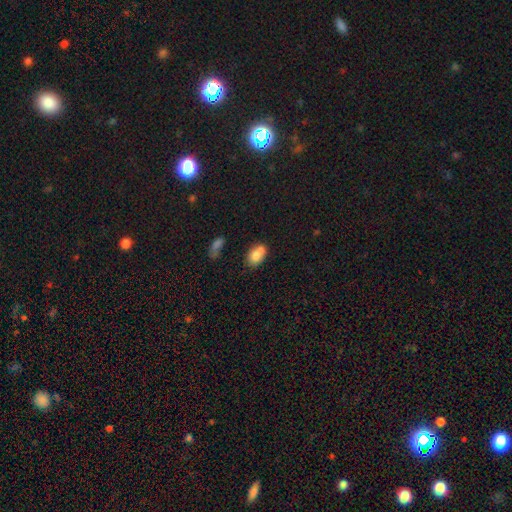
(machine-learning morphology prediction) type=smooth (74%); roundness=in between (74%); merging=merger (46%).